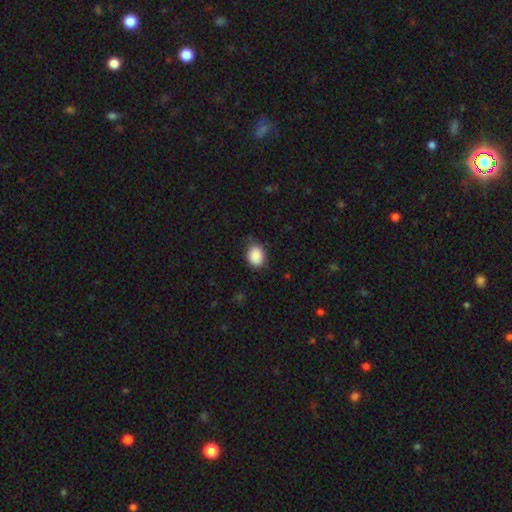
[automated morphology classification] Smooth or featured: smooth — 89% (star or artifact — 8%)
How rounded: in between — 59% (round — 40%)
Merging: none — 79% (minor disturbance — 16%)